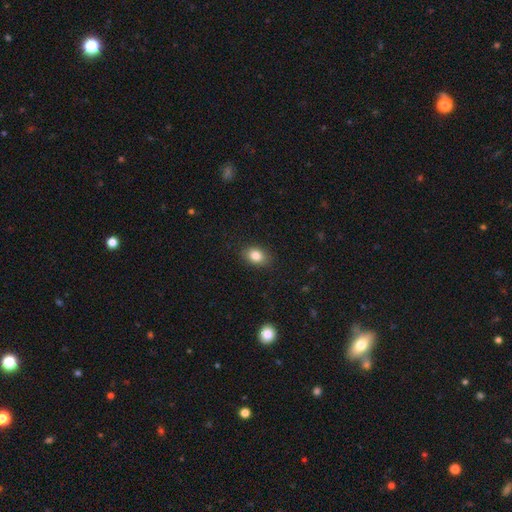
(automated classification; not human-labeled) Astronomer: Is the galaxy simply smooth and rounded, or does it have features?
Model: smooth — 84%.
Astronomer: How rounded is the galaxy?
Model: in between — 73%.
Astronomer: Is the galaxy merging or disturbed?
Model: none — 87%.